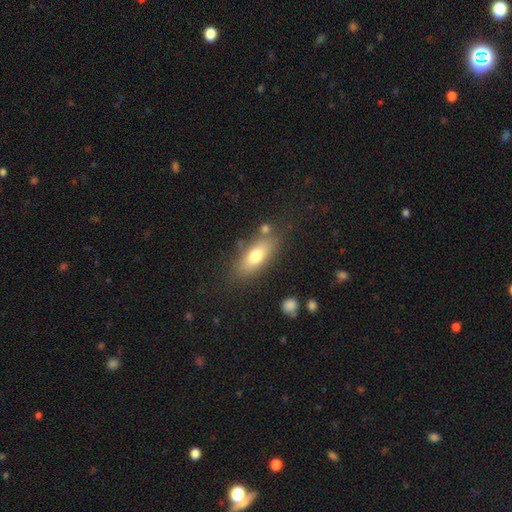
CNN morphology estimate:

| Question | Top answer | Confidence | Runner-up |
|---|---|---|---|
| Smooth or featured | smooth | 72% | featured or disk (20%) |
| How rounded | in between | 76% | cigar-shaped (20%) |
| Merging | none | 74% | minor disturbance (15%) |